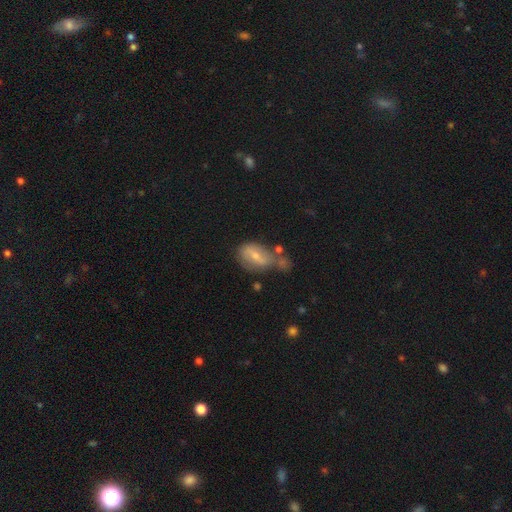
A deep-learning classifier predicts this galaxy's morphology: Smooth or featured?
  - featured or disk: 47% *
  - smooth: 44%
  - star or artifact: 8%
Merging?
  - none: 36% *
  - merger: 26%
  - minor disturbance: 24%
  - major disturbance: 14%